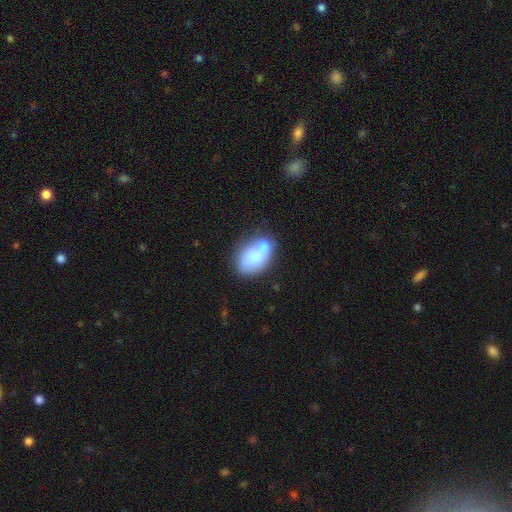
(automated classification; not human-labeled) Smooth or featured? smooth (66%)
How rounded? in between (86%)
Merging? merger (38%)